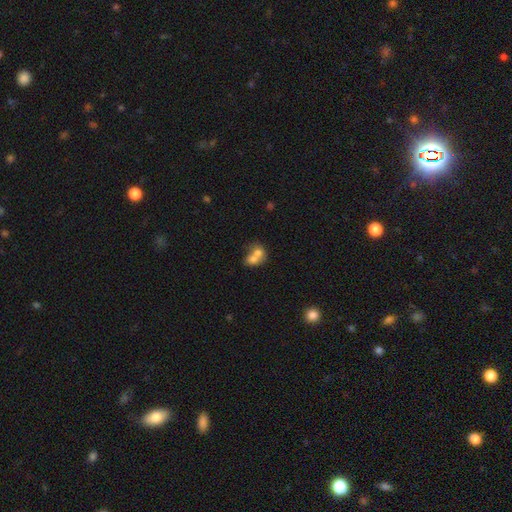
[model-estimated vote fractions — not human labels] Smooth or featured? smooth (67%)
How rounded? round (52%)
Merging? merger (74%)